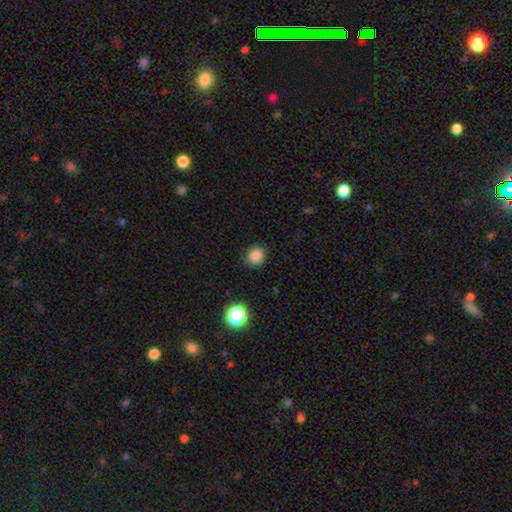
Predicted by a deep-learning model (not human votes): smooth_or_featured: smooth (p=0.84) [alt: star or artifact p=0.12]
how_rounded: round (p=0.83) [alt: in between p=0.16]
merging: none (p=0.89) [alt: minor disturbance p=0.08]